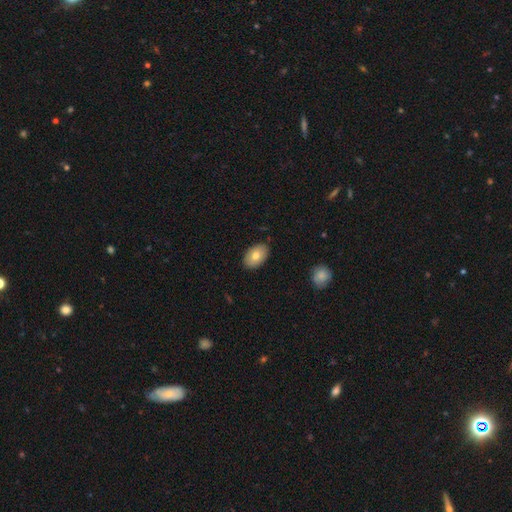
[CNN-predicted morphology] The model was most divided on "smooth or featured": smooth: 76%, featured or disk: 17%, star or artifact: 7%. More confident: how rounded — in between (88%); merging — none (88%).